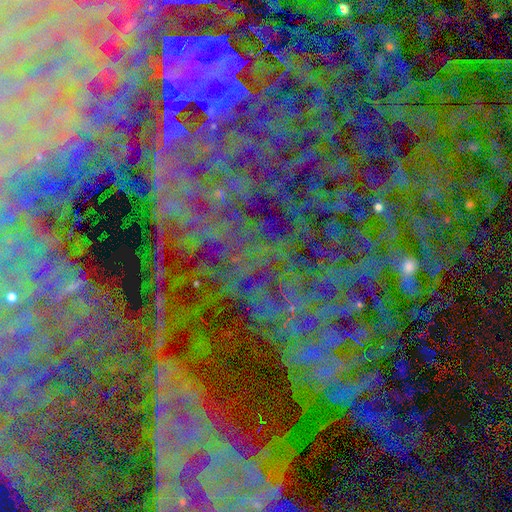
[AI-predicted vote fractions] smooth_or_featured: star or artifact (p=0.86) [alt: featured or disk p=0.07]